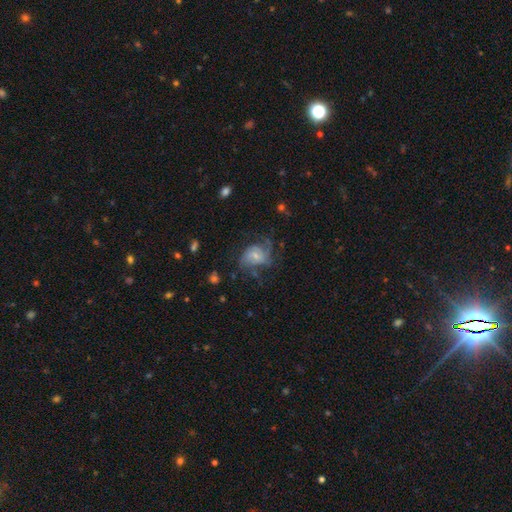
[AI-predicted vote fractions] Smooth or featured?
  - featured or disk: 59% *
  - smooth: 31%
  - star or artifact: 10%
Edge-on disk?
  - no: 97% *
  - yes: 3%
Bar?
  - no: 58% *
  - weak: 35%
  - strong: 7%
Spiral arms?
  - yes: 79% *
  - no: 21%
Bulge size?
  - small: 59% *
  - moderate: 31%
  - none: 6%
  - large: 3%
  - dominant: 1%
Merging?
  - none: 41% *
  - major disturbance: 31%
  - minor disturbance: 25%
  - merger: 3%